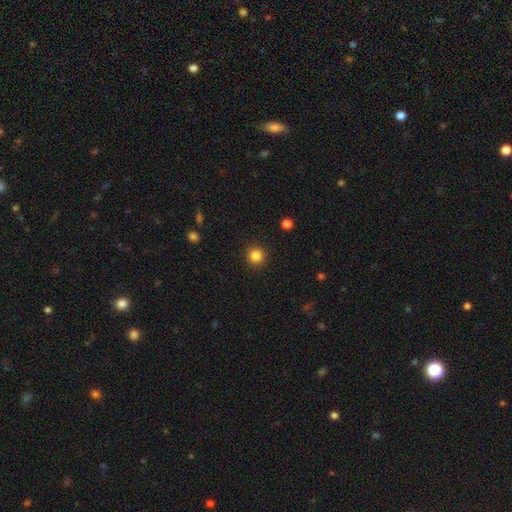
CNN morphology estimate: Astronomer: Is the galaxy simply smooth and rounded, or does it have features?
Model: smooth — 85%.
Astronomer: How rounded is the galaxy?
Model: round — 94%.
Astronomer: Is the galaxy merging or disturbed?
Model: none — 92%.